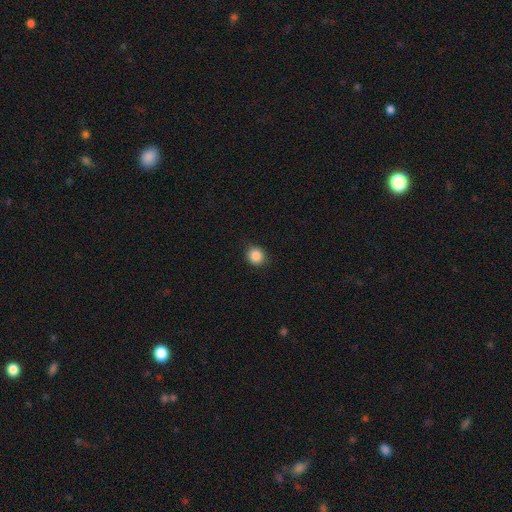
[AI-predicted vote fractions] Smooth or featured? smooth (86%)
How rounded? round (80%)
Merging? none (87%)